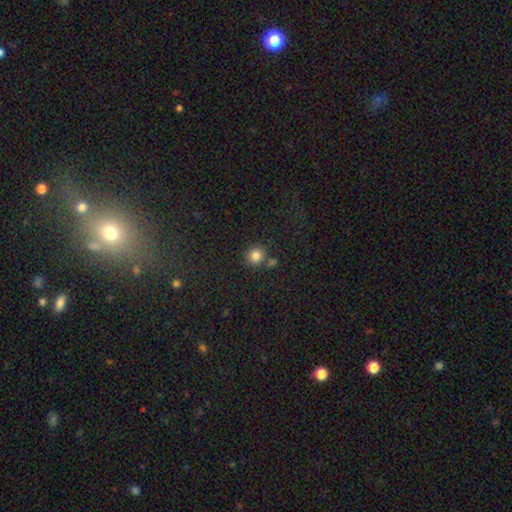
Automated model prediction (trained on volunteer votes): The model was most divided on "merging": none: 72%, merger: 15%, minor disturbance: 10%, major disturbance: 3%. More confident: how rounded — round (90%); smooth or featured — smooth (82%).